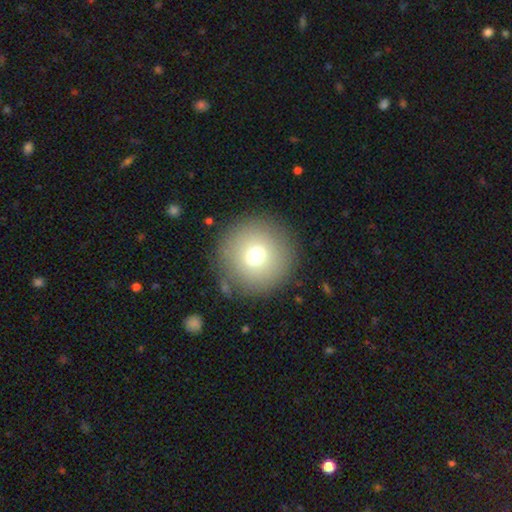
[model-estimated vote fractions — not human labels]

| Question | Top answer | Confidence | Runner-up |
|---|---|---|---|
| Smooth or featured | smooth | 69% | featured or disk (17%) |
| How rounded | round | 95% | in between (4%) |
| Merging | none | 86% | minor disturbance (8%) |